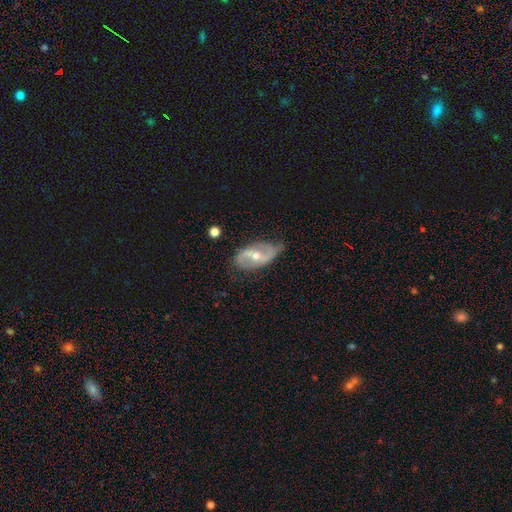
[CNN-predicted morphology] This appears to be a featured or disk galaxy (79%) with a weak bar (41%), 2 (86%) loose (46%) spiral arms (85%) and a moderate central bulge (62%). Merging: none (66%).